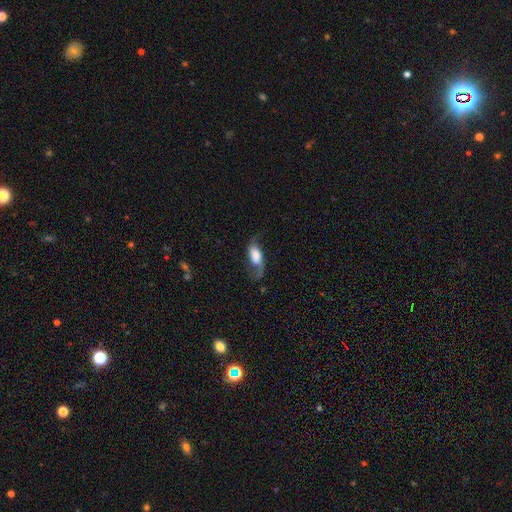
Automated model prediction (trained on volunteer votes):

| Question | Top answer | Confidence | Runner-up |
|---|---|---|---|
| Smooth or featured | featured or disk | 59% | smooth (33%) |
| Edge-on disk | no | 91% | yes (9%) |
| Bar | no | 48% | weak (34%) |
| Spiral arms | yes | 89% | no (11%) |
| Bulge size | large | 41% | moderate (23%) |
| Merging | none | 51% | major disturbance (25%) |